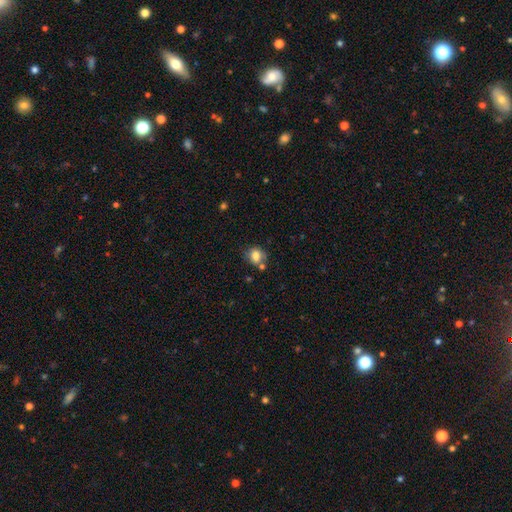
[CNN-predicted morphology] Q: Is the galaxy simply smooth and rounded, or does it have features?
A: smooth — 78%.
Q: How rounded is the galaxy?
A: round — 71%.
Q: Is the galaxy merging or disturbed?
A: none — 59%.